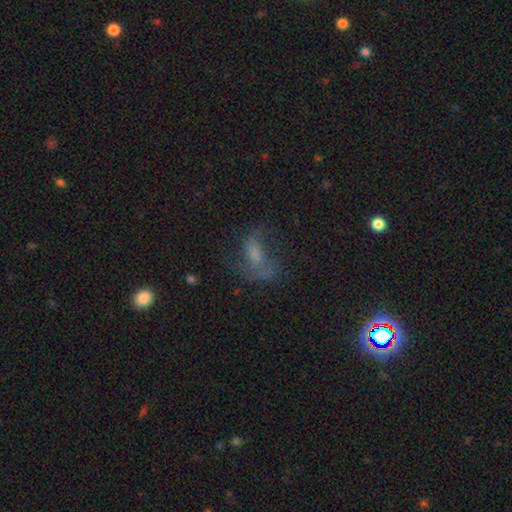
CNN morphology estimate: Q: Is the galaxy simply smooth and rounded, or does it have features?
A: featured or disk — 42%.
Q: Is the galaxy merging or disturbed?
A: none — 39%.